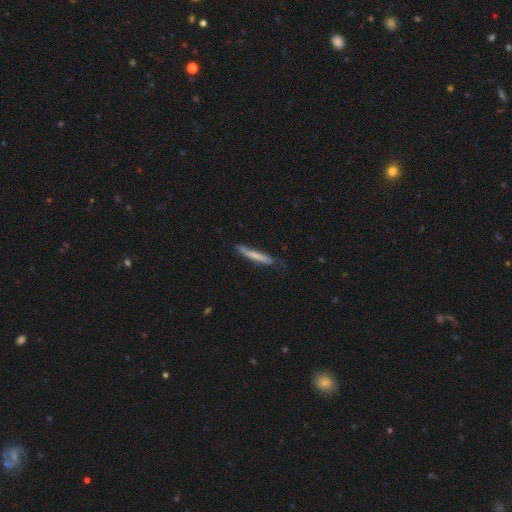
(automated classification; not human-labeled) Smooth or featured: smooth — 65% (featured or disk — 30%)
How rounded: cigar-shaped — 95% (in between — 4%)
Merging: none — 70% (minor disturbance — 23%)